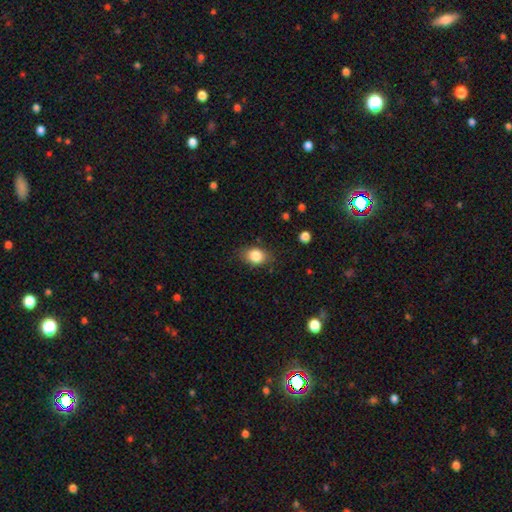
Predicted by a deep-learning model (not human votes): This is clearly a smooth galaxy (84%). How rounded: likely in between (66%). Merging: likely none (77%).